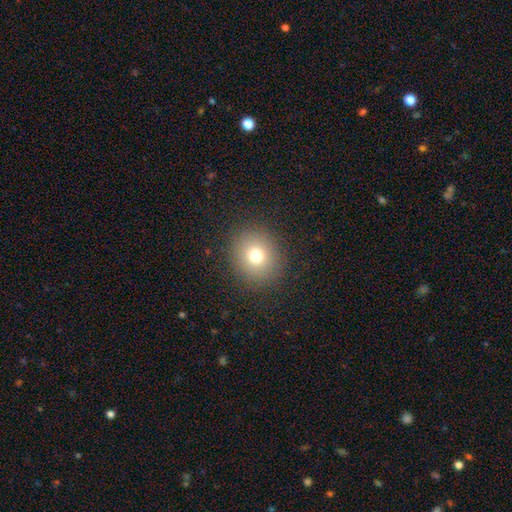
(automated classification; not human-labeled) Smooth or featured? smooth (74%)
How rounded? round (87%)
Merging? none (89%)